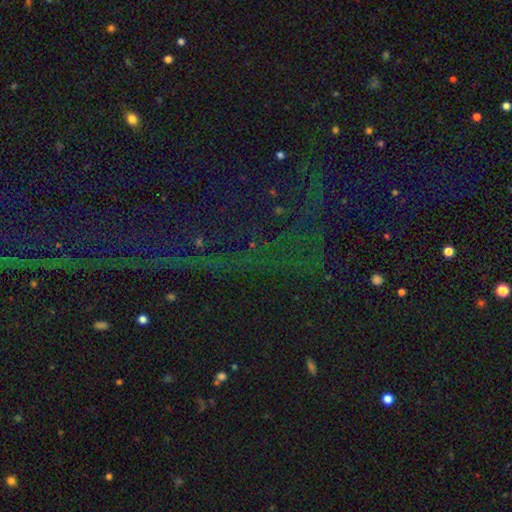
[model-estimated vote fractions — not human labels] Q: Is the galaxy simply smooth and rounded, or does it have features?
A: star or artifact — 83%.